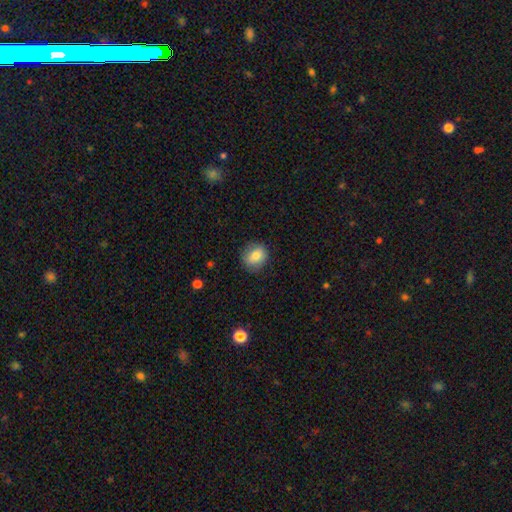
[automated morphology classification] smooth_or_featured: smooth (p=0.81) [alt: featured or disk p=0.11]
how_rounded: round (p=0.68) [alt: in between p=0.31]
merging: none (p=0.83) [alt: minor disturbance p=0.13]